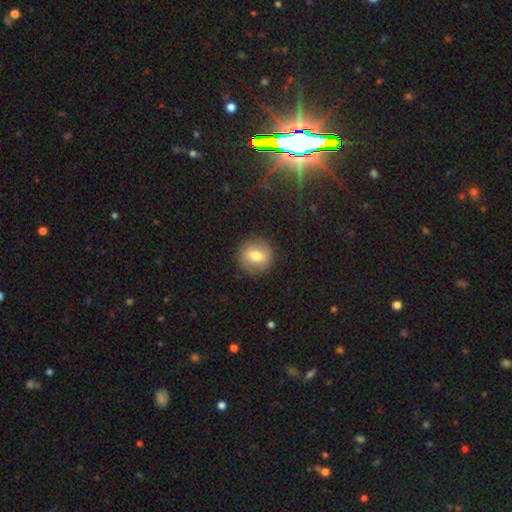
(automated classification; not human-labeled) The model was most divided on "smooth or featured": smooth: 65%, featured or disk: 25%, star or artifact: 9%. More confident: merging — none (86%); how rounded — round (83%).